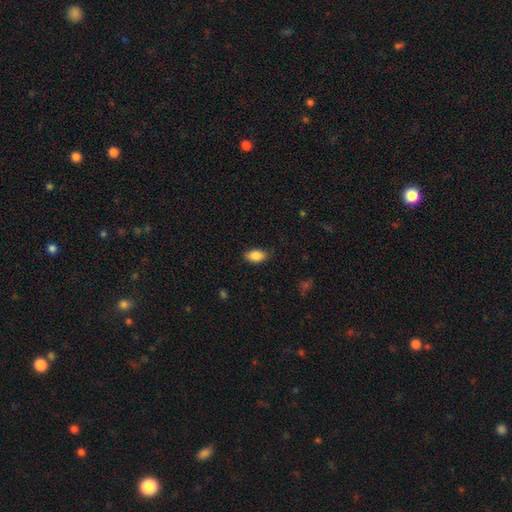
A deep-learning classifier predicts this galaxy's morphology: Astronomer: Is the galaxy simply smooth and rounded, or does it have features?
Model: smooth — 88%.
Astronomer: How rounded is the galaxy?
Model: in between — 91%.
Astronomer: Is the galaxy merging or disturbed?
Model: none — 84%.